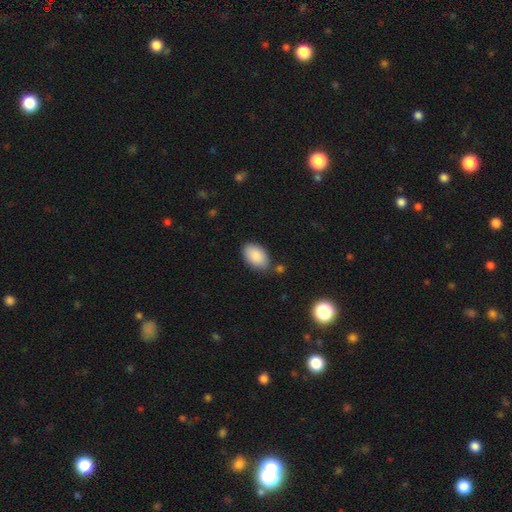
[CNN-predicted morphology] Smooth or featured? smooth (89%)
How rounded? in between (93%)
Merging? none (77%)